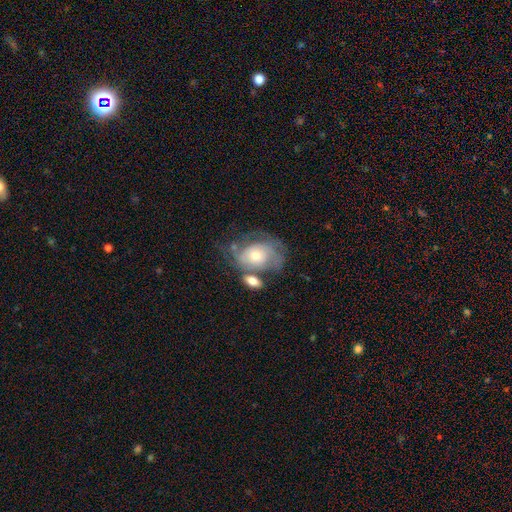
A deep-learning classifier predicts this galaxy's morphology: type=featured or disk (60%); edge-on=no (96%); bar=no (80%); spiral arms=yes (70%); bulge=moderate (50%); merging=none (35%).